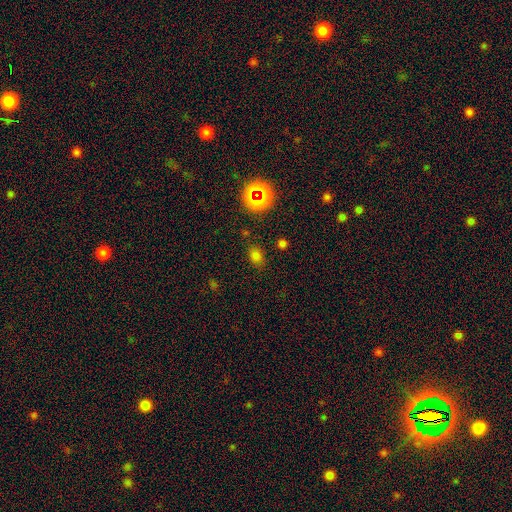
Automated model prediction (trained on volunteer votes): smooth-or-featured: smooth: 68% | star or artifact: 26% | featured or disk: 6%
  how-rounded: in between: 64% | round: 34% | cigar-shaped: 2%
  merging: none: 81% | minor disturbance: 12% | major disturbance: 4% | merger: 3%